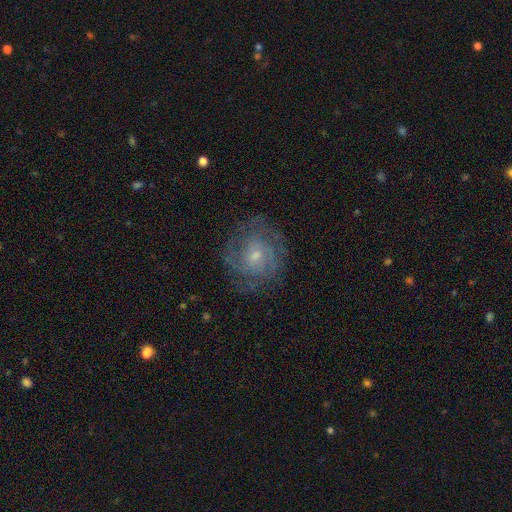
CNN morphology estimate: A featured or disk galaxy (70%) with no bar (65%), tight (57%) spiral arms (86%) and a small central bulge (55%).

Vote fractions:
- Smooth or featured? featured or disk: 70% / smooth: 22% / star or artifact: 8%
- Edge-on disk? no: 97% / yes: 3%
- Bar? no: 65% / weak: 31% / strong: 4%
- Spiral arms? yes: 86% / no: 14%
- Spiral winding? tight: 57% / medium: 33% / loose: 10%
- Spiral arm count? can't tell: 43% / 2: 22% / 3: 17% / 4: 8% / 1: 5% / more than 4: 5%
- Bulge size? small: 55% / moderate: 39% / none: 3% / large: 2% / dominant: 1%
- Merging? none: 74% / minor disturbance: 16% / major disturbance: 9% / merger: 1%